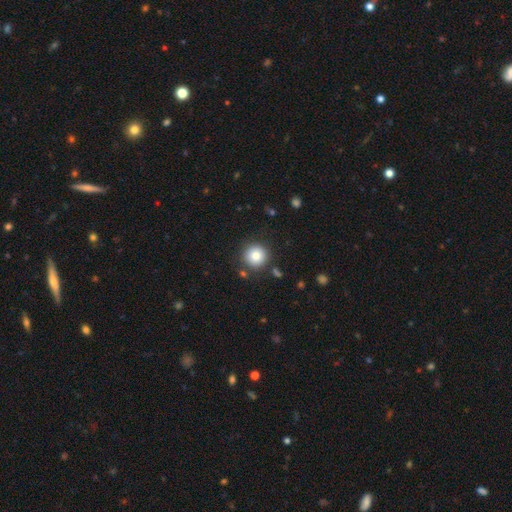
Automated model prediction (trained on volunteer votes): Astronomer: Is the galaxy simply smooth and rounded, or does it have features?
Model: smooth — 82%.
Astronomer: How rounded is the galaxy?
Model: round — 95%.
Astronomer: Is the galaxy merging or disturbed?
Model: none — 87%.